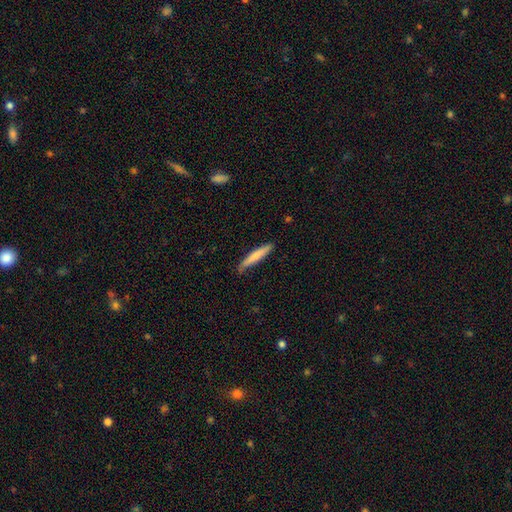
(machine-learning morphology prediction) Smooth or featured? smooth (74%)
How rounded? cigar-shaped (93%)
Merging? none (79%)